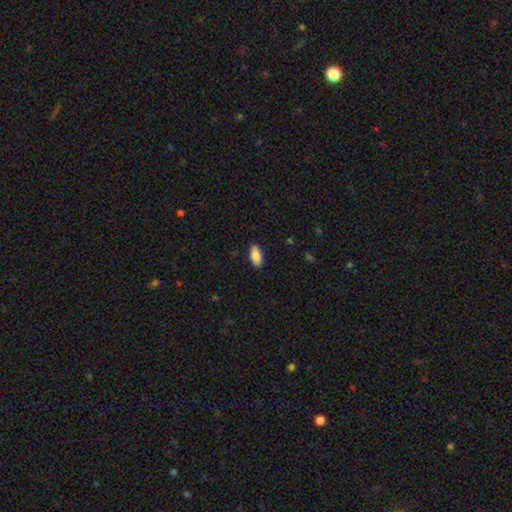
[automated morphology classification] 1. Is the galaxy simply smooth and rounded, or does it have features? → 87% smooth, 6% star or artifact, 6% featured or disk.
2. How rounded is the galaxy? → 87% in between, 11% cigar-shaped, 2% round.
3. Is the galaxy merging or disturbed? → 90% none, 8% minor disturbance, 2% major disturbance, 1% merger.